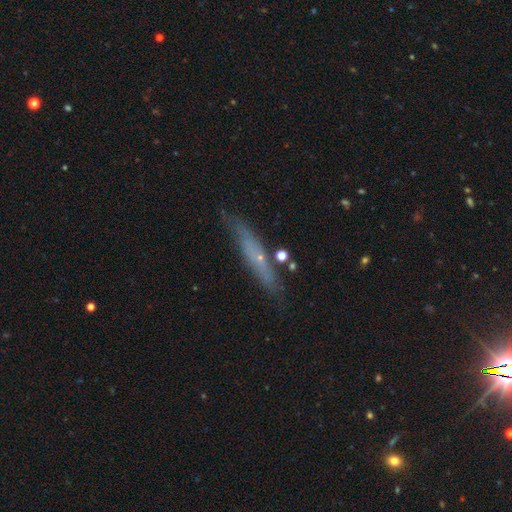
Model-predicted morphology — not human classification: Smooth or featured? Predicted: featured or disk (p=0.50). Edge-on disk? Predicted: yes (p=0.78). Merging? Predicted: none (p=0.74).